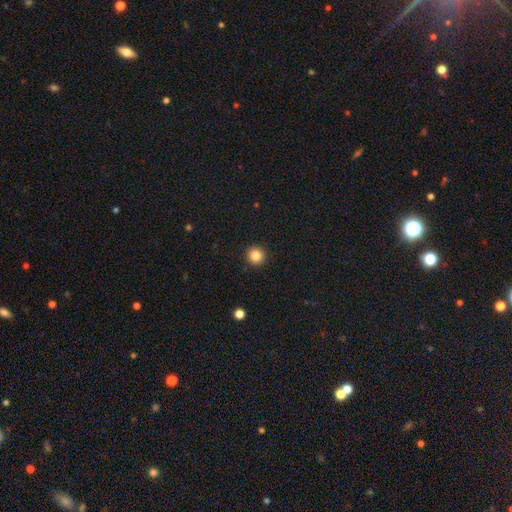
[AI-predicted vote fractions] Morphology: type=smooth (84%); roundness=round (95%); merging=none (93%).